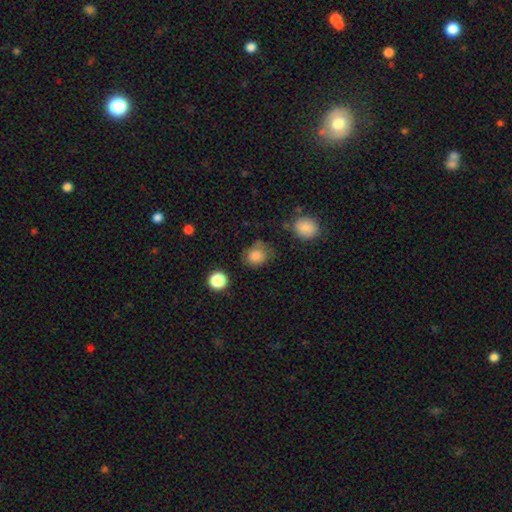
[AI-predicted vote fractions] Smooth or featured? smooth (82%)
How rounded? round (66%)
Merging? none (60%)